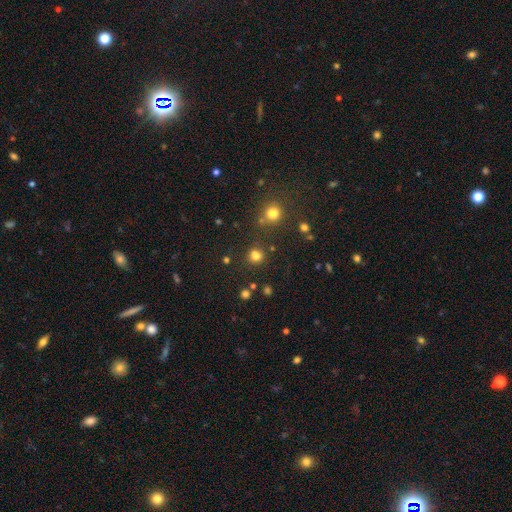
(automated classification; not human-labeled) Smooth or featured? Predicted: smooth (p=0.77). How rounded? Predicted: round (p=0.84). Merging? Predicted: none (p=0.79).